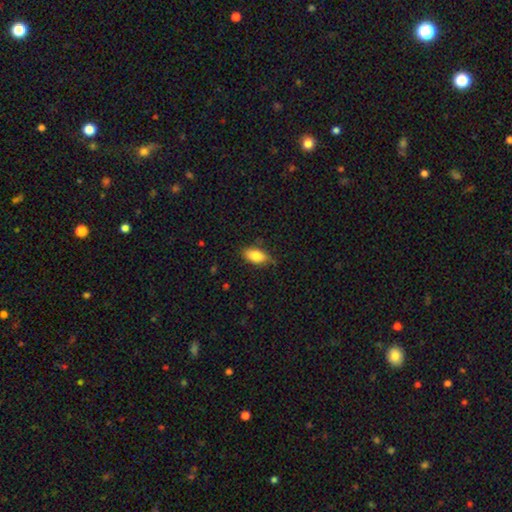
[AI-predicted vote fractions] A smooth galaxy with no disk features (84%) that is in between round and cigar-shaped (91%). Merging: none (76%).